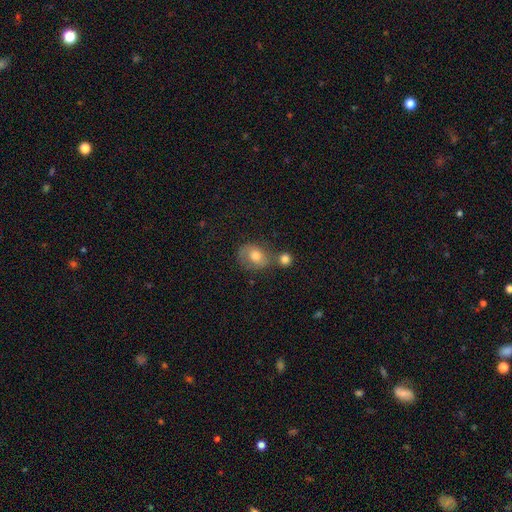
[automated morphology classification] smooth_or_featured: smooth (p=0.60) [alt: featured or disk p=0.30]
how_rounded: round (p=0.53) [alt: in between p=0.46]
merging: none (p=0.49) [alt: merger p=0.21]